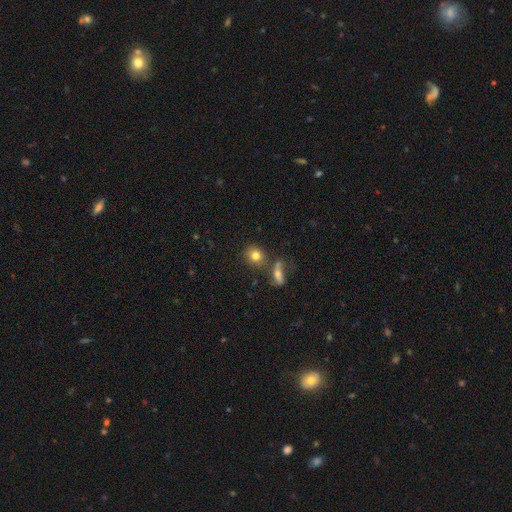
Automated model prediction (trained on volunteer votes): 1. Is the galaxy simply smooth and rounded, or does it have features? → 78% smooth, 11% star or artifact, 11% featured or disk.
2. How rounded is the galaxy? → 70% round, 28% in between, 2% cigar-shaped.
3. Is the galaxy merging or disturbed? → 68% none, 16% merger, 11% minor disturbance, 5% major disturbance.